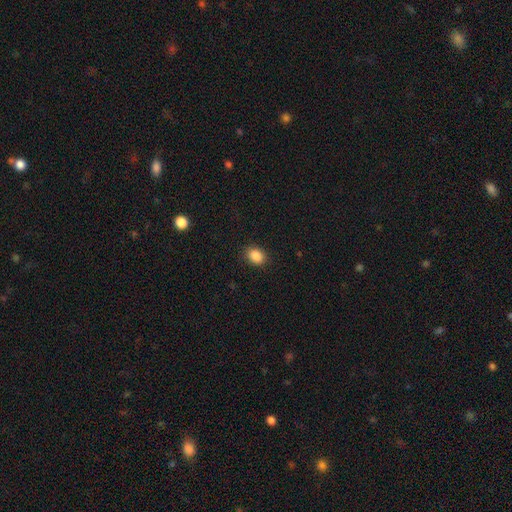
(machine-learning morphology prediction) This appears to be a smooth galaxy with no disk features (87%) that is in between round and cigar-shaped (59%). Merging: none (88%).